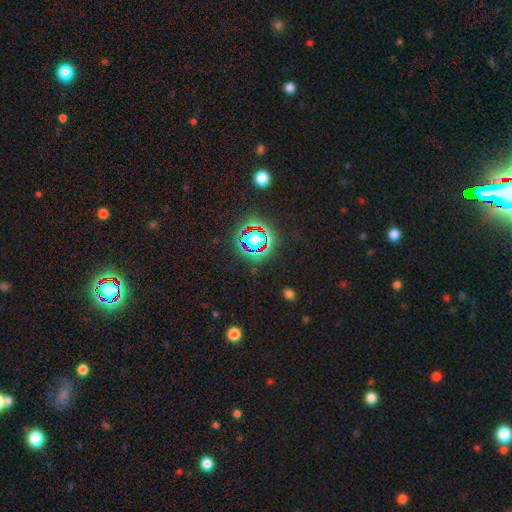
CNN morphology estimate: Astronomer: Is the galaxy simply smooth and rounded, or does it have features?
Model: star or artifact — 79%.